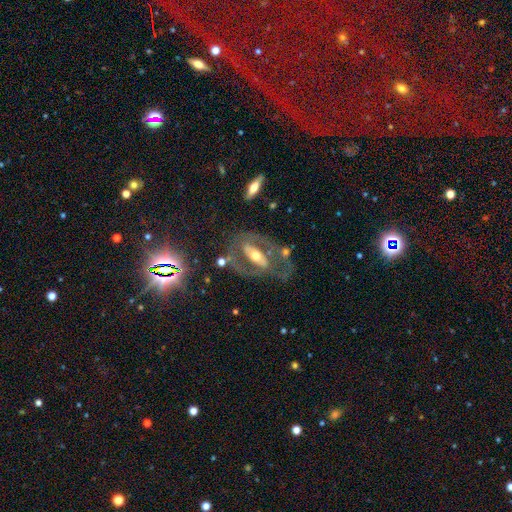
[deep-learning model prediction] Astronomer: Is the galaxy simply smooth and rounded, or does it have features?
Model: featured or disk — 75%.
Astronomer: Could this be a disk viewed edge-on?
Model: no — 88%.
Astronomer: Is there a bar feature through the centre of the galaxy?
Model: strong — 46% (runner-up: no, 29%).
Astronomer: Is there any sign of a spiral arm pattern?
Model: no — 52% (runner-up: yes, 48%).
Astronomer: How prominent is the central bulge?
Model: moderate — 65%.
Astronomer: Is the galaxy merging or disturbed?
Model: none — 57%.